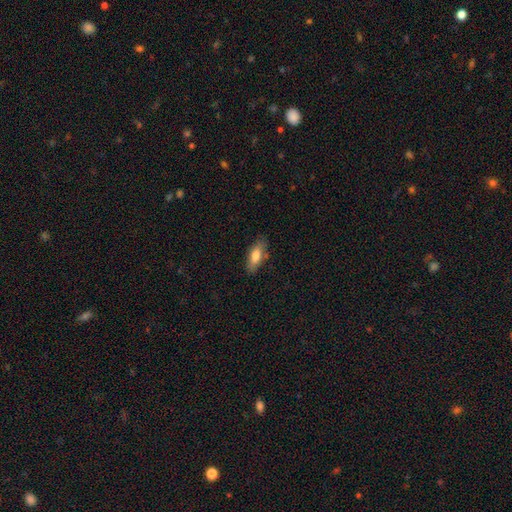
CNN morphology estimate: The model was most divided on "how rounded": in between: 71%, cigar-shaped: 26%, round: 2%. More confident: merging — none (79%); smooth or featured — smooth (76%).